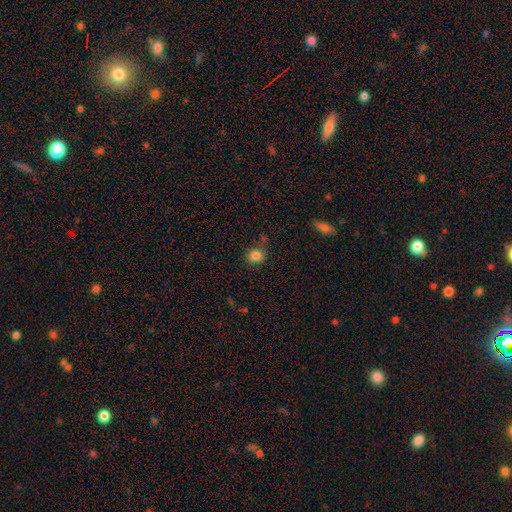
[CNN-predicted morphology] A smooth galaxy with no disk features (84%) that is round (86%). Merging: none (72%).